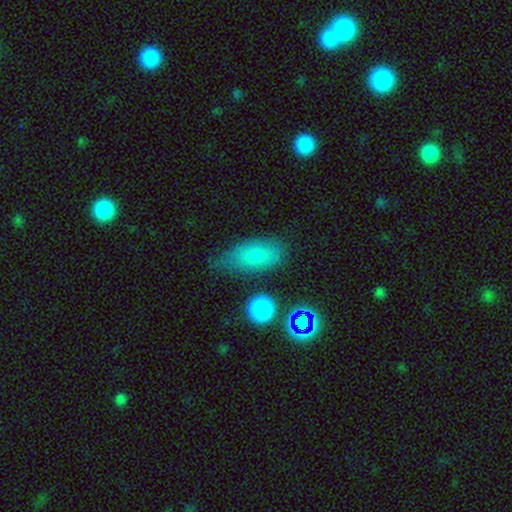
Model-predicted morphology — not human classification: Smooth or featured: smooth — 78% (star or artifact — 11%)
How rounded: in between — 83% (cigar-shaped — 10%)
Merging: none — 57% (minor disturbance — 29%)